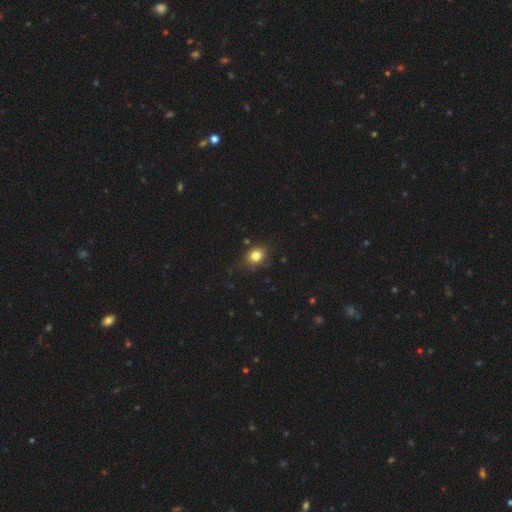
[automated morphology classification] A smooth galaxy with no disk features (82%) that is round (60%).

Vote fractions:
- Smooth or featured? smooth: 82% / star or artifact: 11% / featured or disk: 7%
- How rounded? round: 60% / in between: 39% / cigar-shaped: 1%
- Merging? none: 80% / minor disturbance: 15% / major disturbance: 3% / merger: 2%